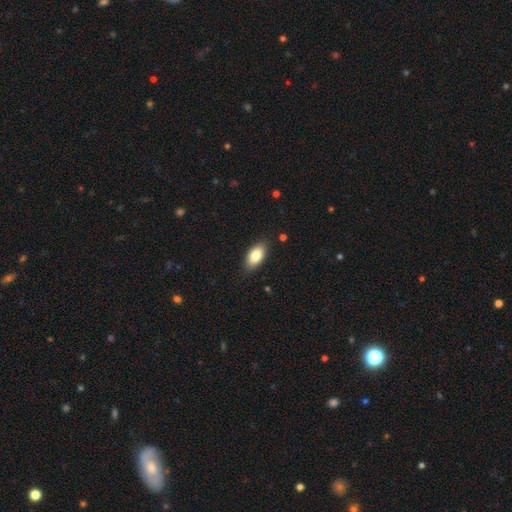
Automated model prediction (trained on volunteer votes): Overall: smooth (83%). How rounded: in between (91%). Merging: none (86%).